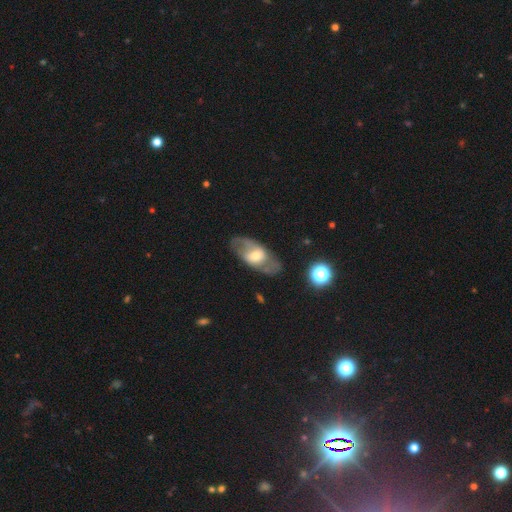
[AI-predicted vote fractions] smooth-or-featured: featured or disk: 60% | smooth: 33% | star or artifact: 7%
  disk-edge-on: no: 86% | yes: 14%
    bar: no: 49% | weak: 33% | strong: 18%
    has-spiral-arms: no: 51% | yes: 49%
    bulge-size: moderate: 56% | small: 24% | large: 16% | dominant: 2% | none: 2%
  merging: none: 73% | minor disturbance: 16% | major disturbance: 9% | merger: 2%